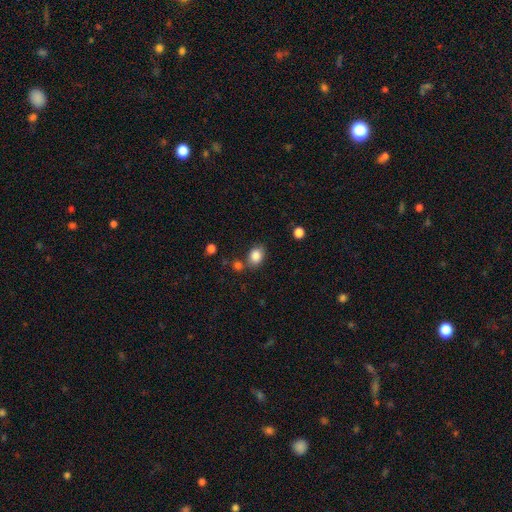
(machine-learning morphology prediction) Q: Smooth or featured?
A: smooth (86%); runner-up: star or artifact (9%)
Q: How rounded?
A: in between (60%); runner-up: round (39%)
Q: Merging?
A: none (70%); runner-up: minor disturbance (14%)